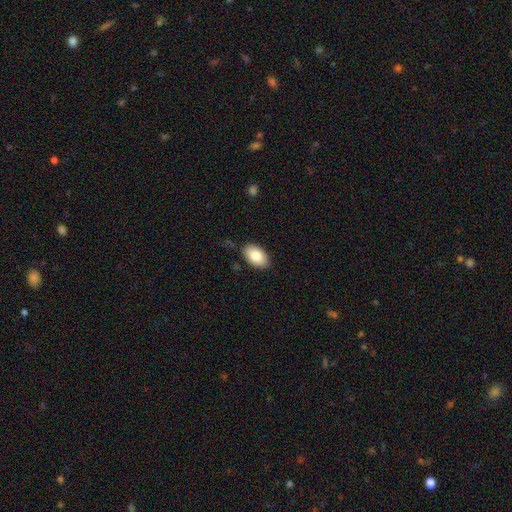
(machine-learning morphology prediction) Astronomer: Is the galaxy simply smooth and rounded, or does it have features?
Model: smooth — 85%.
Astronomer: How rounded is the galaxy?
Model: in between — 93%.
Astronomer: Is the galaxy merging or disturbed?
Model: none — 85%.